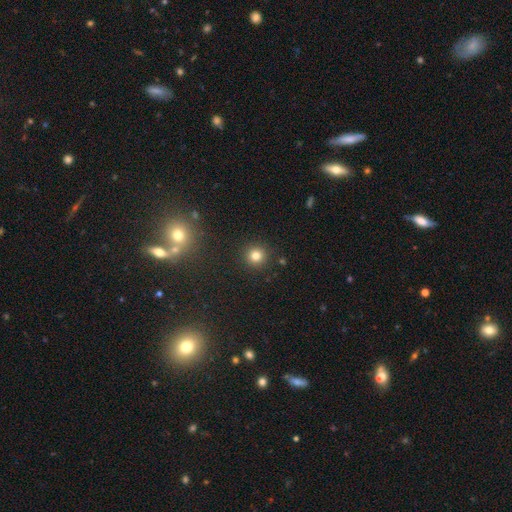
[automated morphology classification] Smooth or featured: smooth — 80% (star or artifact — 14%)
How rounded: round — 95% (in between — 4%)
Merging: none — 91% (minor disturbance — 5%)